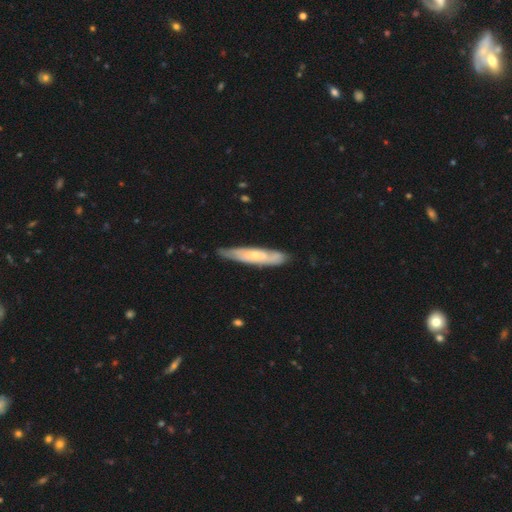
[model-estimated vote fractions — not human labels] A featured or disk galaxy (56%) viewed edge-on (54%).

Vote fractions:
- Smooth or featured? featured or disk: 56% / smooth: 38% / star or artifact: 6%
- Edge-on disk? yes: 54% / no: 46%
- Merging? none: 77% / minor disturbance: 18% / major disturbance: 3% / merger: 2%